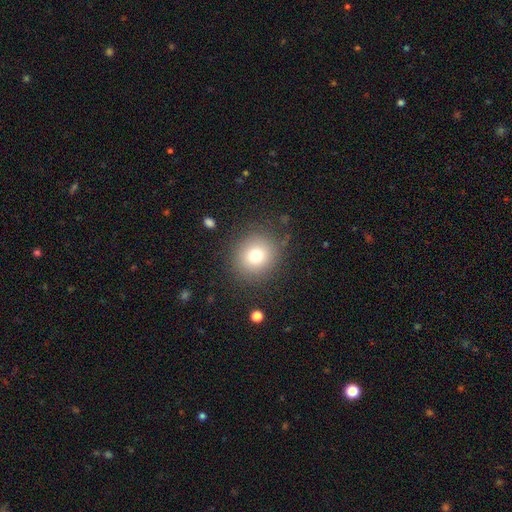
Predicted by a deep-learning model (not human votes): Overall: smooth (76%). How rounded: round (87%). Merging: none (85%).